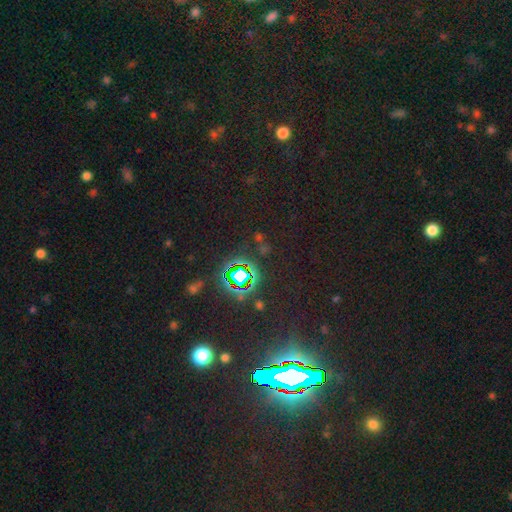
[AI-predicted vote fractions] The model was most divided on "smooth or featured": star or artifact: 82%, smooth: 11%, featured or disk: 7%.